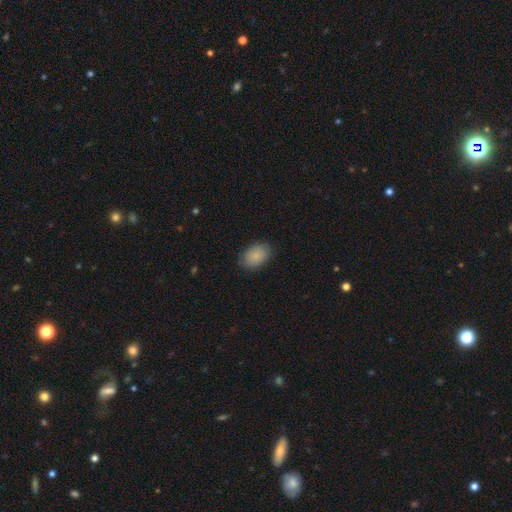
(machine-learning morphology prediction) smooth 87%, star or artifact 7%, featured or disk 6%. Down the decision tree: how rounded — in between (86%); merging — none (85%).